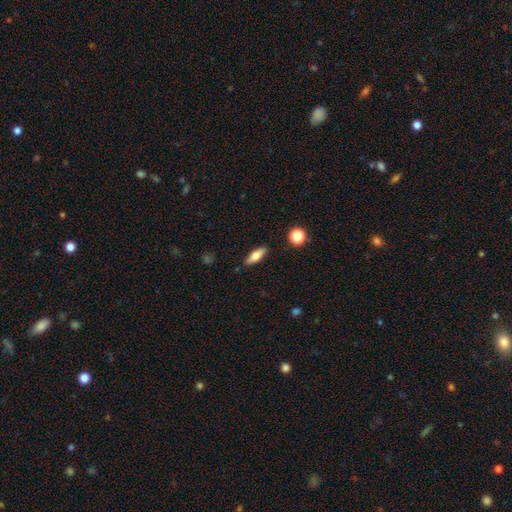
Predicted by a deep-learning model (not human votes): This is likely a smooth galaxy (69%). How rounded: likely in between (66%). Merging: clearly none (87%).